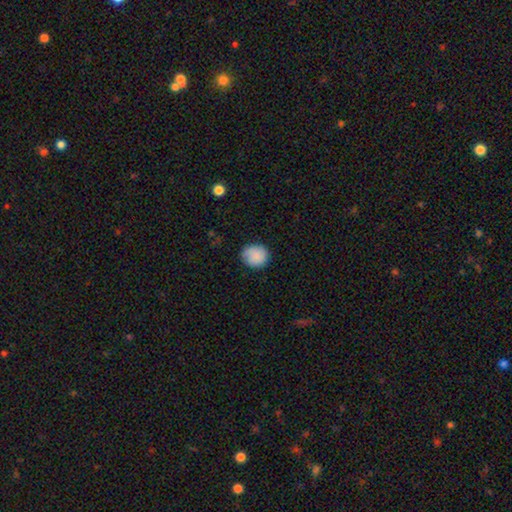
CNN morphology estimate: Smooth or featured: smooth — 85% (featured or disk — 7%)
How rounded: round — 81% (in between — 18%)
Merging: none — 79% (minor disturbance — 16%)